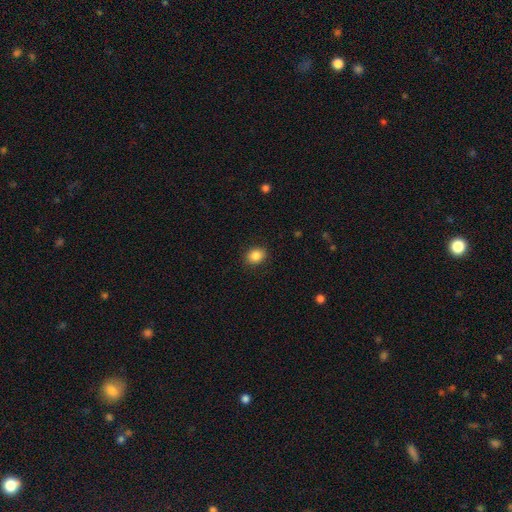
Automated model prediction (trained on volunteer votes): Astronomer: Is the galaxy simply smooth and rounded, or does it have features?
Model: smooth — 86%.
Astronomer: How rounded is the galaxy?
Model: in between — 55% (runner-up: round, 44%).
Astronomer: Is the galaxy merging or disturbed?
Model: none — 89%.